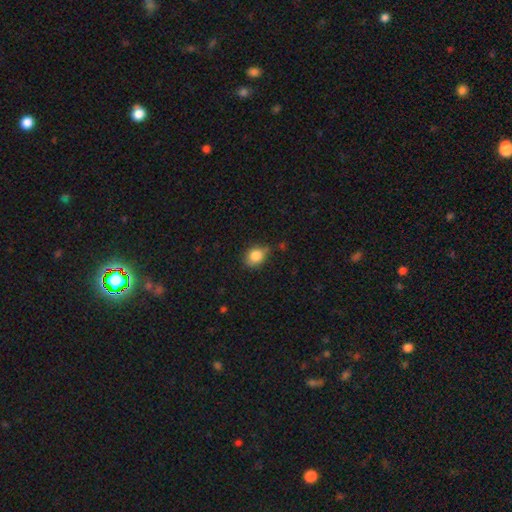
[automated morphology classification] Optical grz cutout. It shows a smooth galaxy with no disk features (84%) that is round (54%). Merging: none (63%).